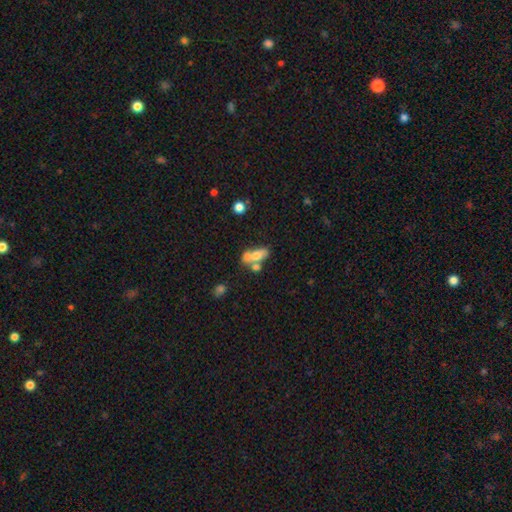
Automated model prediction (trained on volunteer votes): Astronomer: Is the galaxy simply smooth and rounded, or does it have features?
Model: smooth — 59%.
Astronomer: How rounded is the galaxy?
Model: in between — 79%.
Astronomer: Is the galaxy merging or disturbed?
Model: merger — 52% (runner-up: none, 28%).